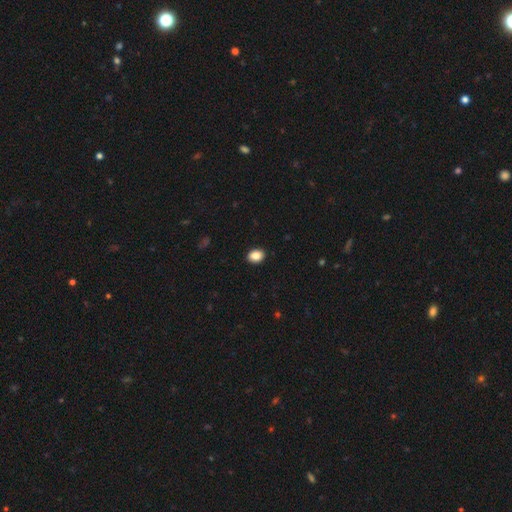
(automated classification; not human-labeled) A smooth galaxy with no disk features (88%) that is in between round and cigar-shaped (68%). Merging: none (90%).